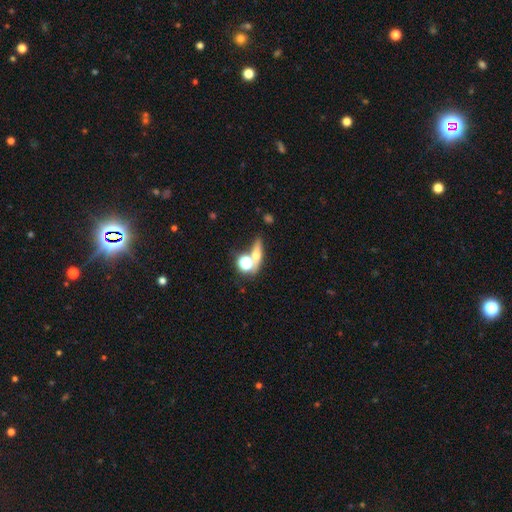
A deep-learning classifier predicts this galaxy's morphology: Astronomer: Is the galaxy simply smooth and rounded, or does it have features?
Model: smooth — 52% (runner-up: featured or disk, 28%).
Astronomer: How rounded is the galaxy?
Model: cigar-shaped — 37% (runner-up: round, 33%).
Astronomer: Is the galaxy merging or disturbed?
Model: none — 57%.